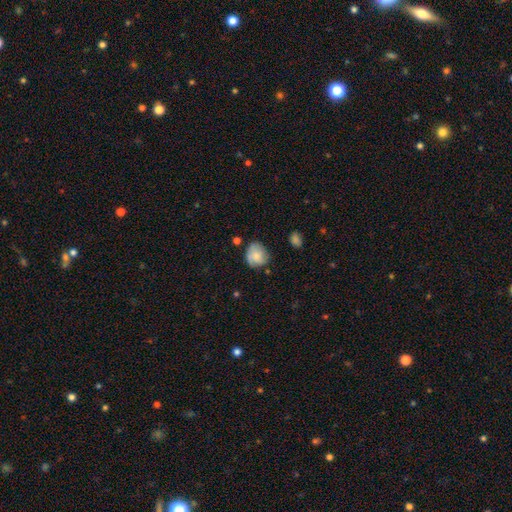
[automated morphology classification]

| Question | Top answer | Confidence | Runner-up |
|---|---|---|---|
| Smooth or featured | smooth | 70% | featured or disk (23%) |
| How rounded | round | 70% | in between (29%) |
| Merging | none | 62% | minor disturbance (28%) |